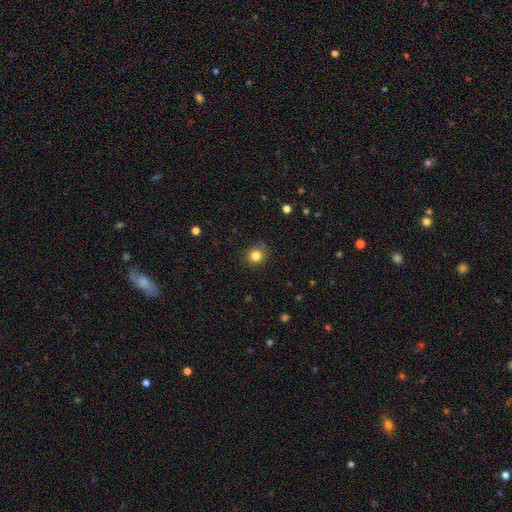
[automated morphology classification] This is clearly a smooth galaxy (83%). How rounded: clearly round (86%). Merging: clearly none (84%).